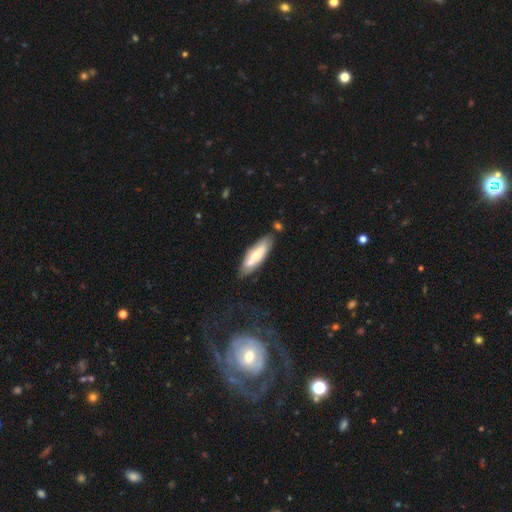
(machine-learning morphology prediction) Smooth or featured: smooth — 61% (featured or disk — 33%)
How rounded: cigar-shaped — 56% (in between — 43%)
Merging: none — 71% (minor disturbance — 18%)